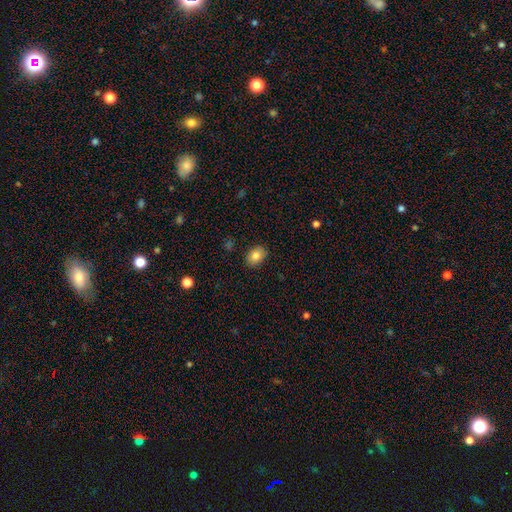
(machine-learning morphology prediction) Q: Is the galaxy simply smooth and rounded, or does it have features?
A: smooth — 83%.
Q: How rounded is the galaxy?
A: in between — 72%.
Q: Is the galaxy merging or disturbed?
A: none — 88%.